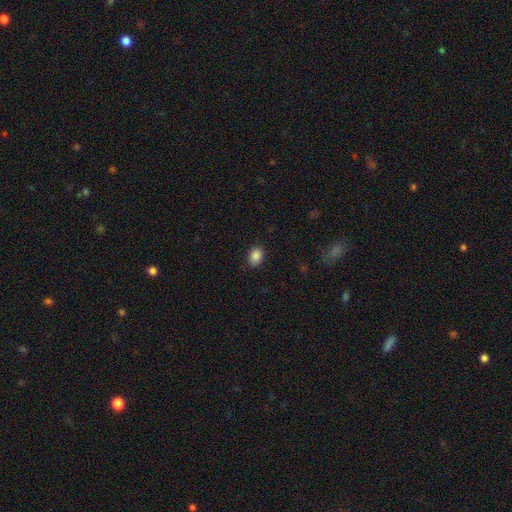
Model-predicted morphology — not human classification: A smooth galaxy with no disk features (87%) that is in between round and cigar-shaped (67%). Merging: none (84%).